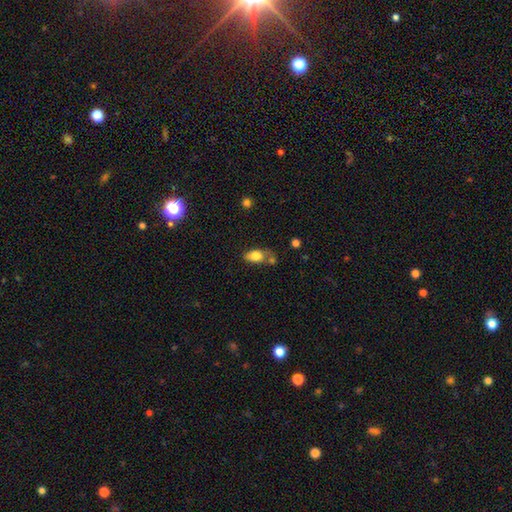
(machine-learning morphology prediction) A smooth galaxy with no disk features (81%) that is in between round and cigar-shaped (85%). Merging: none (47%).